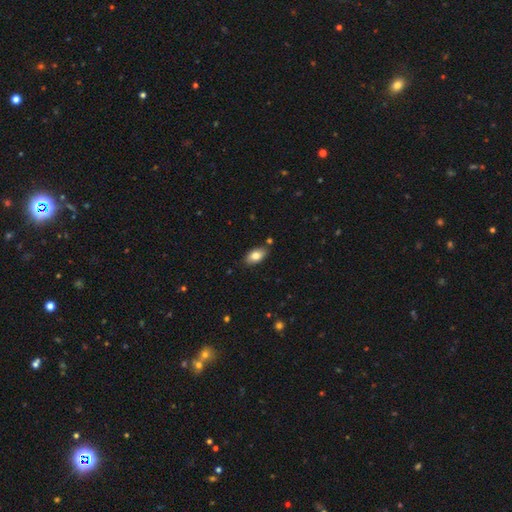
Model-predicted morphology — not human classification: smooth 81%, featured or disk 12%, star or artifact 8%. Down the decision tree: how rounded — in between (92%); merging — none (82%).